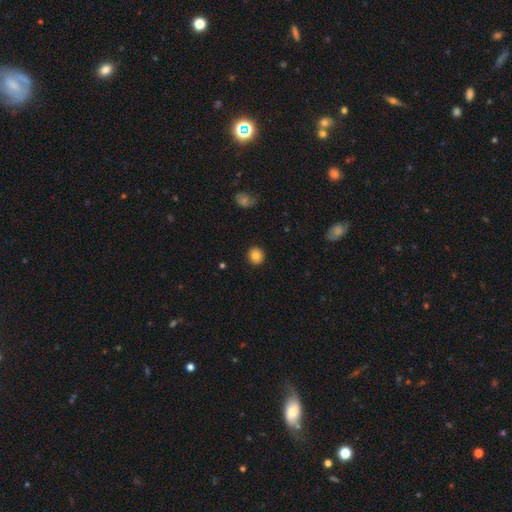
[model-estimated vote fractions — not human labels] smooth 84%, star or artifact 9%, featured or disk 7%. Down the decision tree: how rounded — round (91%); merging — none (92%).